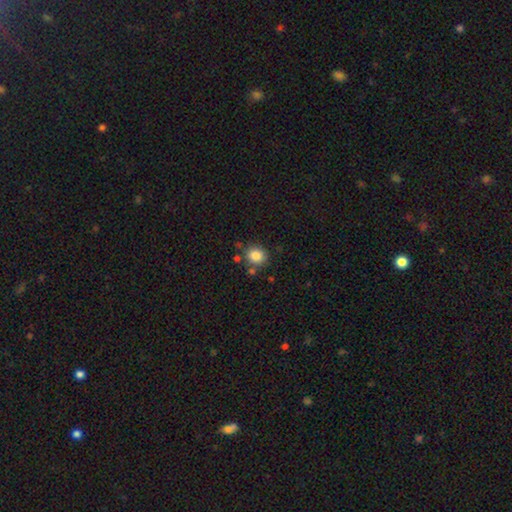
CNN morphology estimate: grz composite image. It shows a smooth galaxy with no disk features (83%) that is round (79%). Merging: none (78%).